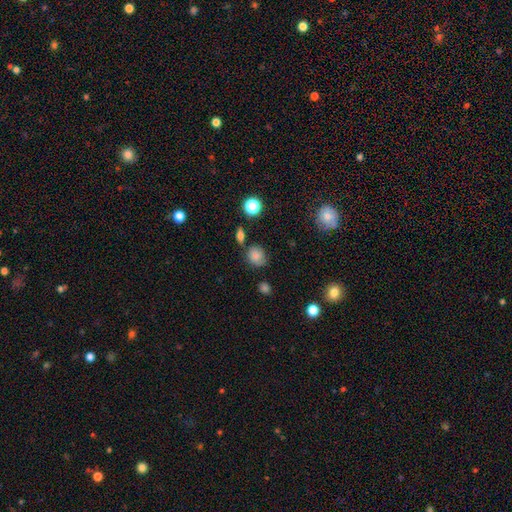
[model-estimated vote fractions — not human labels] smooth 76%, star or artifact 13%, featured or disk 11%. Down the decision tree: how rounded — round (70%); merging — none (64%).